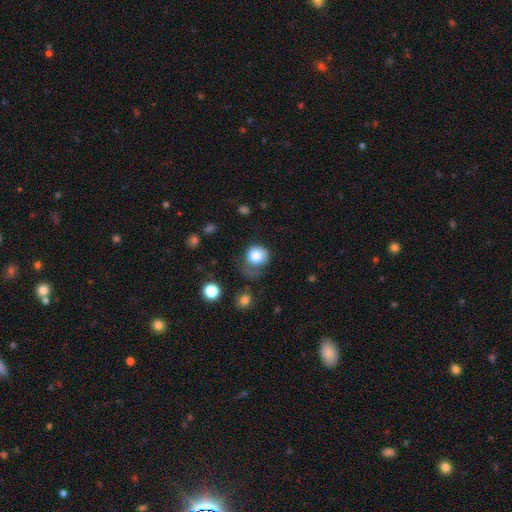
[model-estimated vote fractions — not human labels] A smooth galaxy with no disk features (80%) that is round (74%). Merging: none (36%).